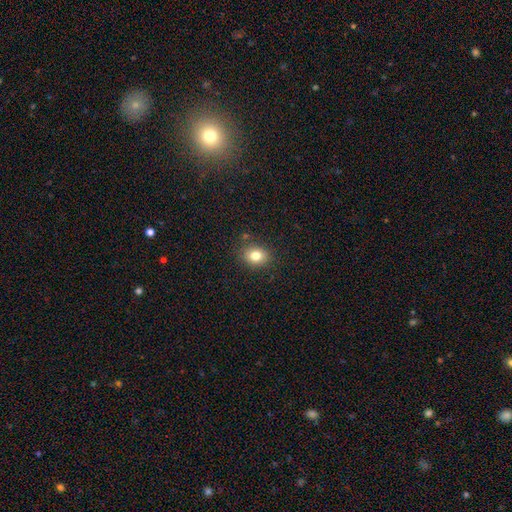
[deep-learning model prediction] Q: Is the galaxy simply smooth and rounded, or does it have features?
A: smooth — 80%.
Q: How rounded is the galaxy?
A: in between — 50%.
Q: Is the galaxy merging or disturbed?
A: none — 84%.